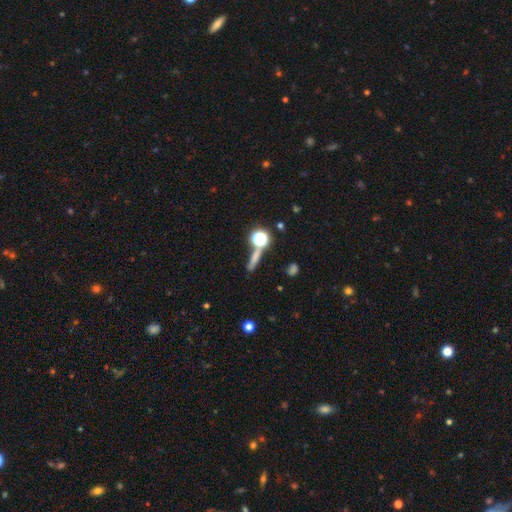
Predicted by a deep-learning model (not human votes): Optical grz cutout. It shows a smooth galaxy with no disk features (58%) that is cigar-shaped (63%). Merging: none (67%).